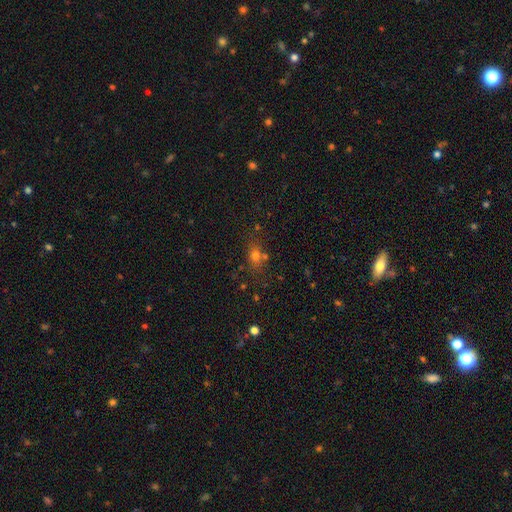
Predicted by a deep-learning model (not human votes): smooth_or_featured: smooth (p=0.66) [alt: star or artifact p=0.22]
how_rounded: round (p=0.51) [alt: in between p=0.45]
merging: none (p=0.69) [alt: minor disturbance p=0.14]